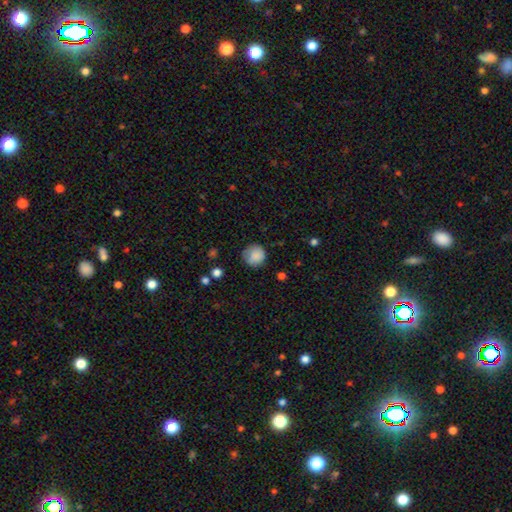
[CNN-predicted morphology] This appears to be a smooth galaxy with no disk features (83%) that is round (90%). Merging: none (71%).